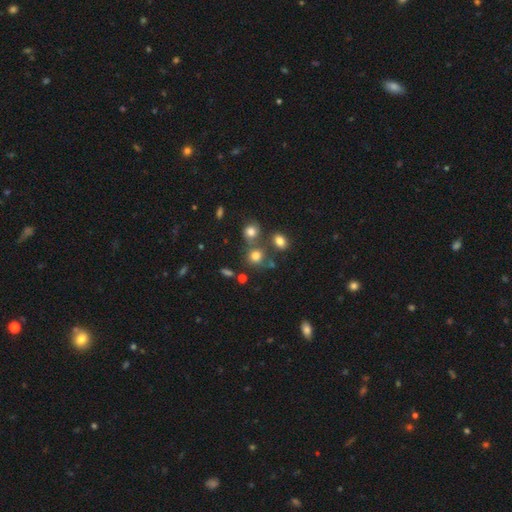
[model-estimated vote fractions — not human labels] Morphology: type=smooth (76%); roundness=round (81%); merging=none (61%).